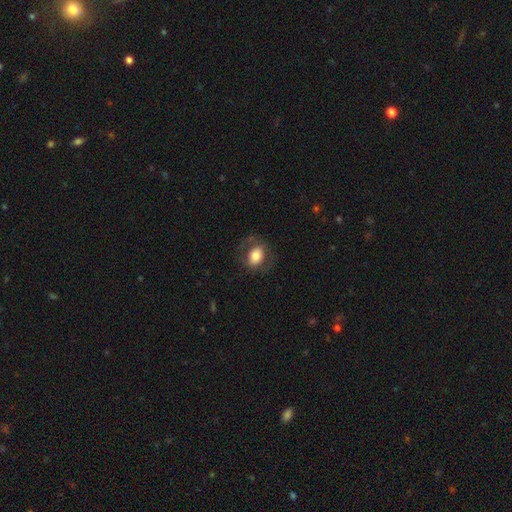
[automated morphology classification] Smooth or featured? smooth (72%)
How rounded? in between (67%)
Merging? none (72%)